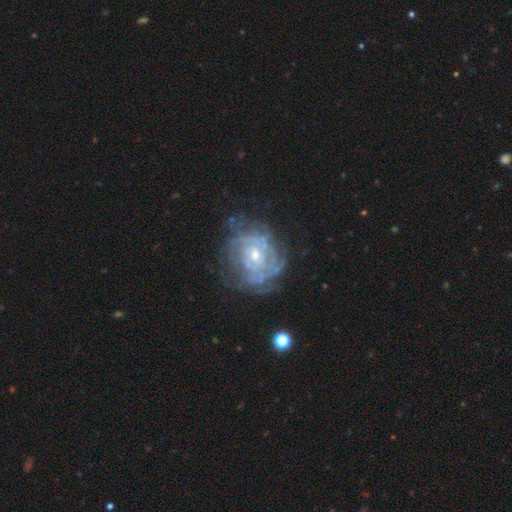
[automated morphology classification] type=featured or disk (83%); edge-on=no (97%); bar=no (71%); spiral arms=yes (84%); winding=tight (68%); arm count=can't tell (53%); bulge=small (62%); merging=none (63%).